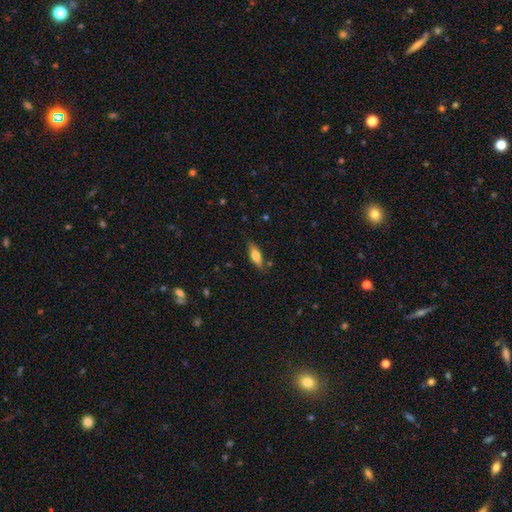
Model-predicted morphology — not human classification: Smooth or featured?
  - smooth: 63% *
  - featured or disk: 31%
  - star or artifact: 7%
How rounded?
  - in between: 58% *
  - cigar-shaped: 39%
  - round: 2%
Merging?
  - none: 82% *
  - minor disturbance: 13%
  - major disturbance: 3%
  - merger: 2%